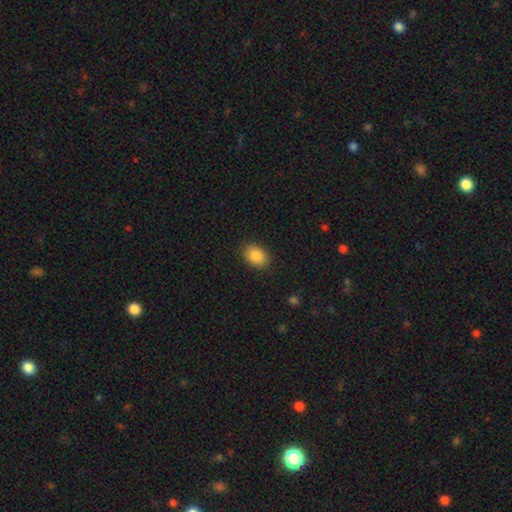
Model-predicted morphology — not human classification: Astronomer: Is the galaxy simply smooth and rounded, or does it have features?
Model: smooth — 87%.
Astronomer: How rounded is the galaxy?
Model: in between — 78%.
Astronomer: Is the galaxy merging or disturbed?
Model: none — 87%.